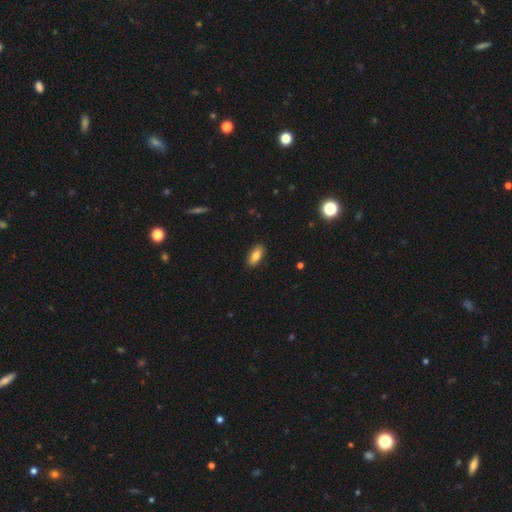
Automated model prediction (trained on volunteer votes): Smooth or featured? smooth (81%)
How rounded? in between (85%)
Merging? none (89%)